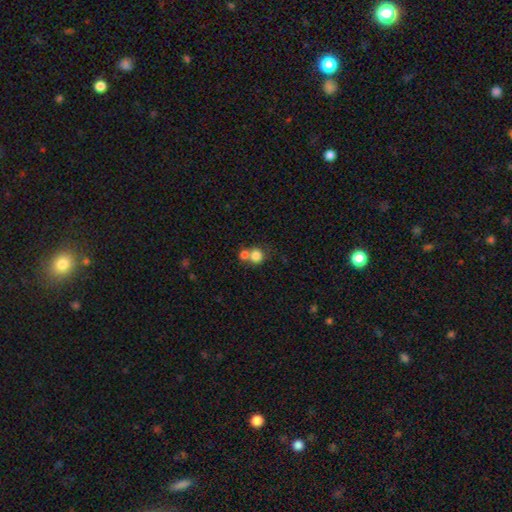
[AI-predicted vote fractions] Q: Smooth or featured?
A: smooth (80%); runner-up: star or artifact (11%)
Q: How rounded?
A: round (85%); runner-up: in between (14%)
Q: Merging?
A: merger (46%); runner-up: none (43%)